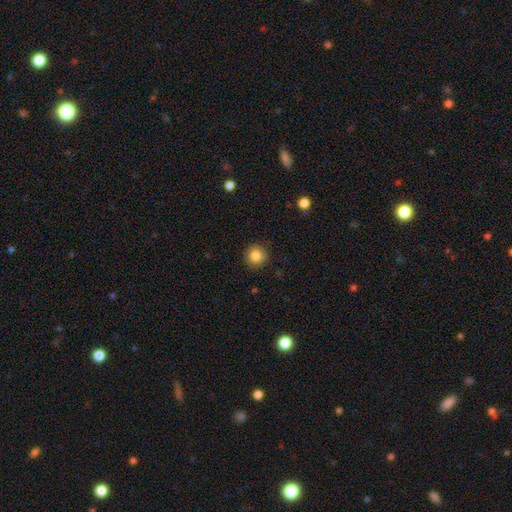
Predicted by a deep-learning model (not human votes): Q: Smooth or featured?
A: smooth (84%); runner-up: star or artifact (10%)
Q: How rounded?
A: round (93%); runner-up: in between (6%)
Q: Merging?
A: none (90%); runner-up: minor disturbance (7%)